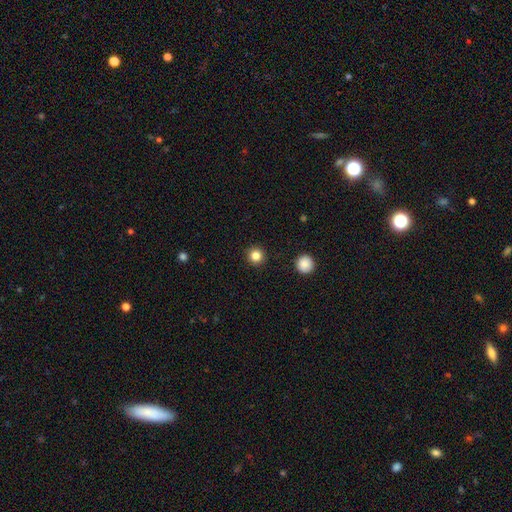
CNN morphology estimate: smooth_or_featured: smooth (p=0.83) [alt: star or artifact p=0.13]
how_rounded: round (p=0.96) [alt: in between p=0.03]
merging: none (p=0.92) [alt: minor disturbance p=0.05]